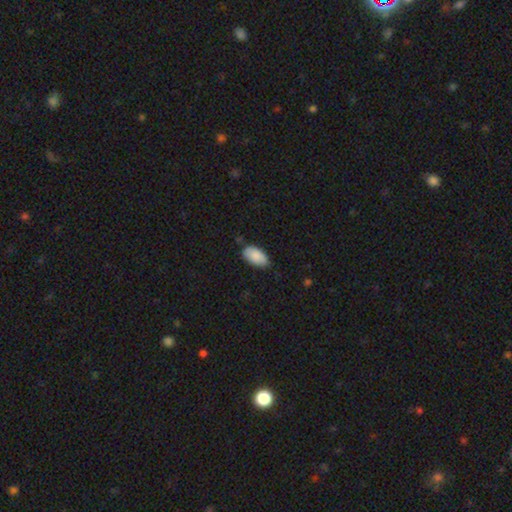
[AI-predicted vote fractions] Smooth or featured? Predicted: smooth (p=0.88). How rounded? Predicted: in between (p=0.95). Merging? Predicted: none (p=0.71).